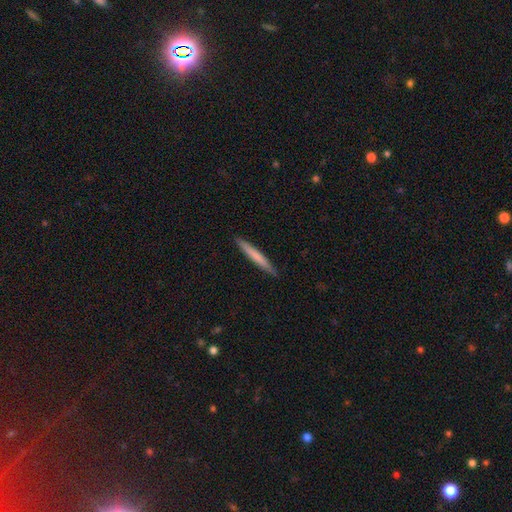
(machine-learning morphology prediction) Smooth or featured? smooth (68%)
How rounded? cigar-shaped (96%)
Merging? none (90%)